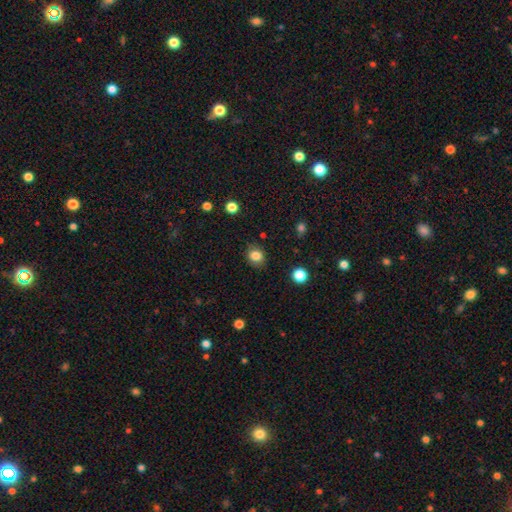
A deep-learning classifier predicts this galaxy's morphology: Smooth or featured? smooth (83%)
How rounded? round (69%)
Merging? none (85%)